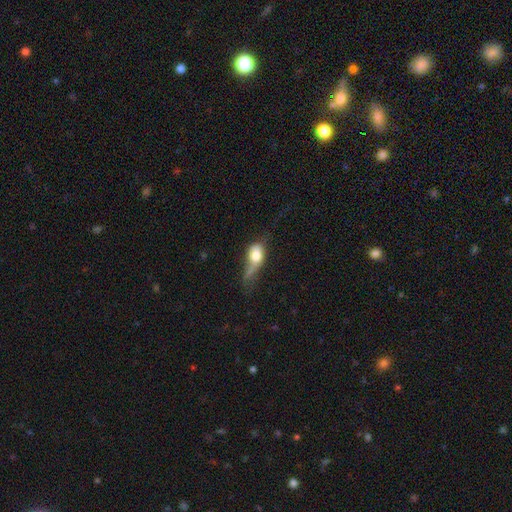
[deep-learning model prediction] The model was most divided on "merging": major disturbance: 42%, minor disturbance: 28%, none: 21%, merger: 9%. More confident: how rounded — in between (71%); smooth or featured — smooth (65%).